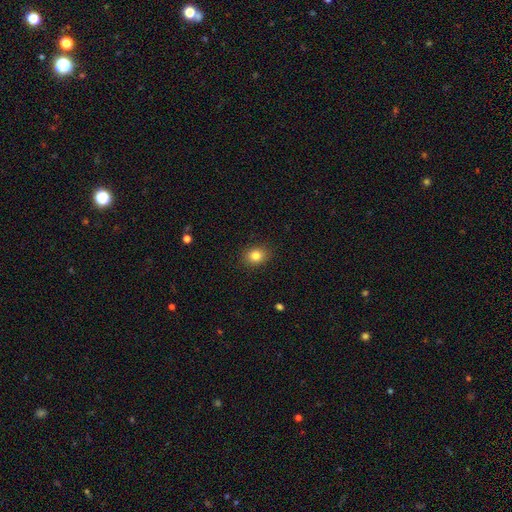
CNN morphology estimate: A smooth galaxy with no disk features (82%) that is round (55%).

Vote fractions:
- Smooth or featured? smooth: 82% / star or artifact: 11% / featured or disk: 7%
- How rounded? round: 55% / in between: 44% / cigar-shaped: 1%
- Merging? none: 89% / minor disturbance: 8% / major disturbance: 2% / merger: 1%